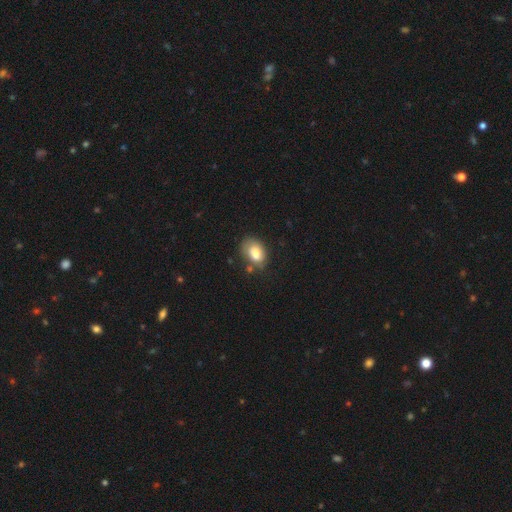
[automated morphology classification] Smooth or featured: smooth — 76% (featured or disk — 16%)
How rounded: in between — 79% (round — 20%)
Merging: none — 53% (minor disturbance — 29%)